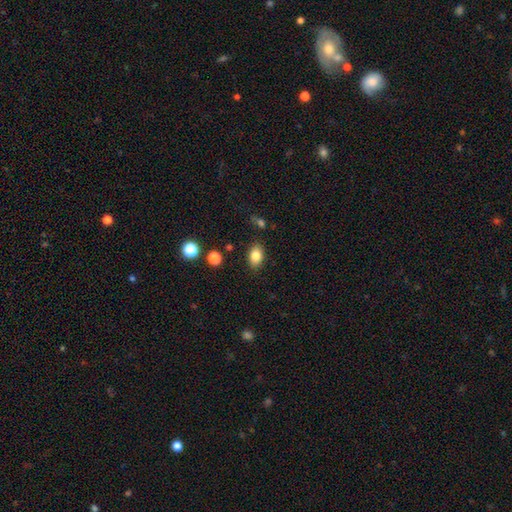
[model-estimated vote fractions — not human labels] This appears to be a smooth galaxy with no disk features (83%) that is in between round and cigar-shaped (83%). Merging: none (84%).